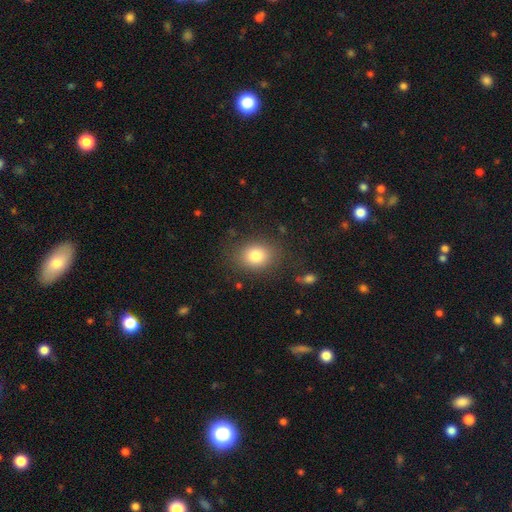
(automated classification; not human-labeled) Smooth or featured?
  - smooth: 81% *
  - star or artifact: 10%
  - featured or disk: 9%
How rounded?
  - in between: 50% *
  - round: 49%
  - cigar-shaped: 1%
Merging?
  - none: 82% *
  - minor disturbance: 12%
  - major disturbance: 5%
  - merger: 2%